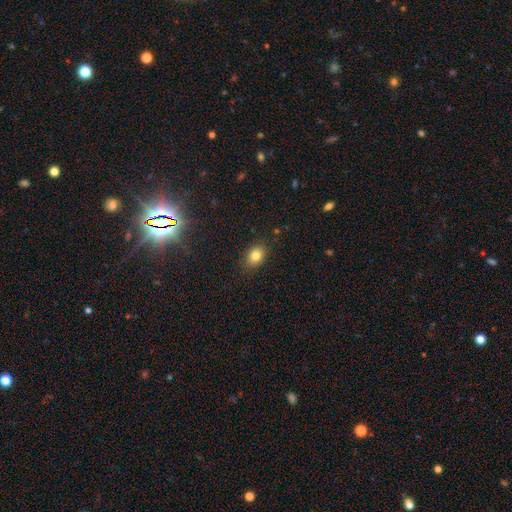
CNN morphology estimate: This appears to be a smooth galaxy with no disk features (82%) that is in between round and cigar-shaped (66%). Merging: none (86%).